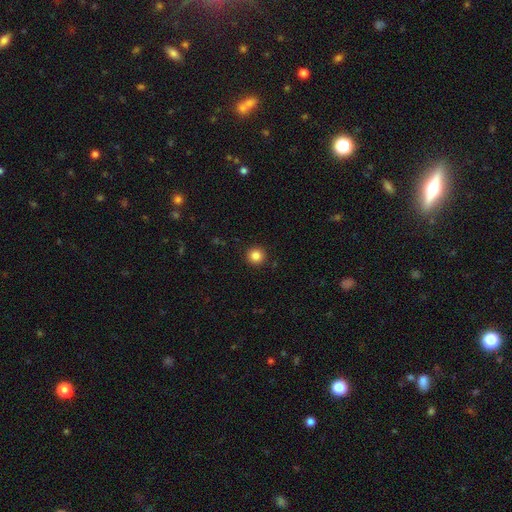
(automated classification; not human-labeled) This appears to be a smooth galaxy with no disk features (85%) that is round (95%). Merging: none (93%).